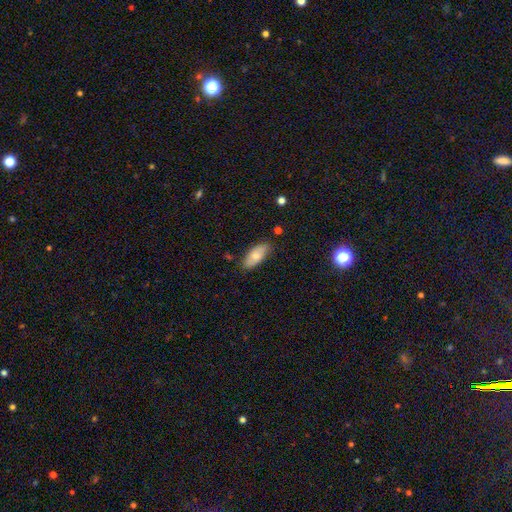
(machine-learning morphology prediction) A smooth galaxy with no disk features (73%) that is in between round and cigar-shaped (87%).

Vote fractions:
- Smooth or featured? smooth: 73% / featured or disk: 20% / star or artifact: 7%
- How rounded? in between: 87% / cigar-shaped: 11% / round: 2%
- Merging? none: 80% / minor disturbance: 16% / major disturbance: 3% / merger: 2%